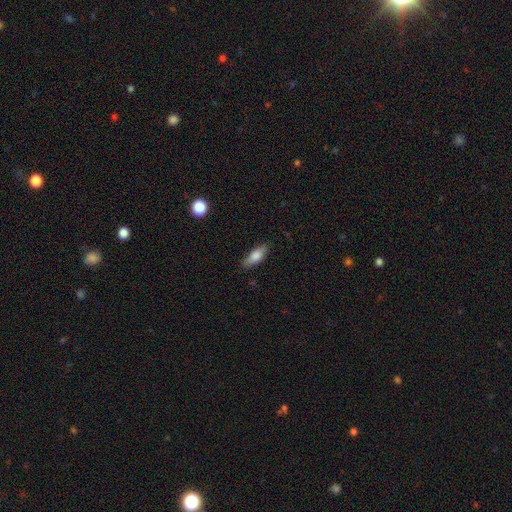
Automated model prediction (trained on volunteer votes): Overall: smooth (75%). How rounded: in between (64%; cigar-shaped 33%). Merging: none (84%).